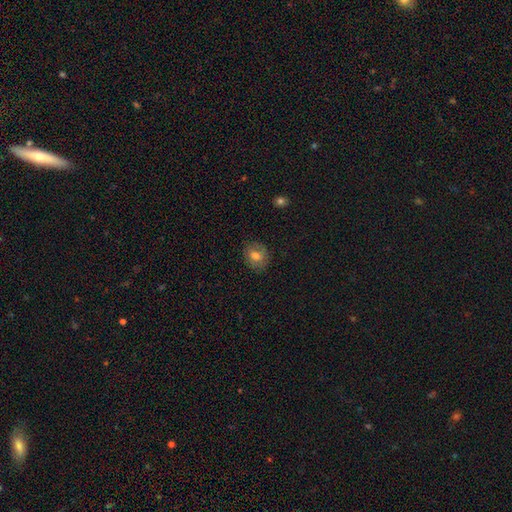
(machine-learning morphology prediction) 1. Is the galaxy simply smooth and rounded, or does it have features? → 69% smooth, 21% featured or disk, 10% star or artifact.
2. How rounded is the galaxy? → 66% round, 33% in between, 1% cigar-shaped.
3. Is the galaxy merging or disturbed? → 81% none, 14% minor disturbance, 4% major disturbance, 1% merger.